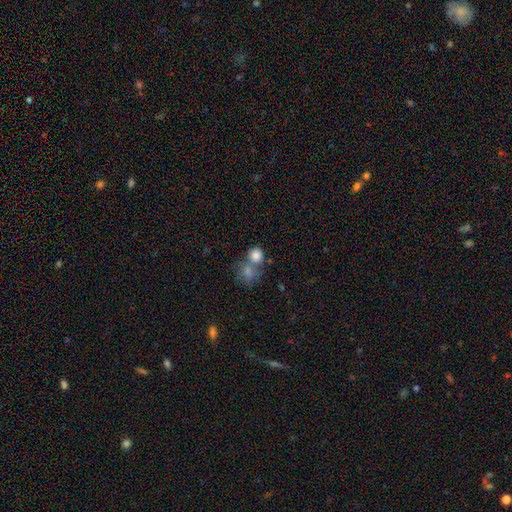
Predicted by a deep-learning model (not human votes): This appears to be a smooth galaxy with no disk features (82%) that is round (79%). Merging: merger (45%).